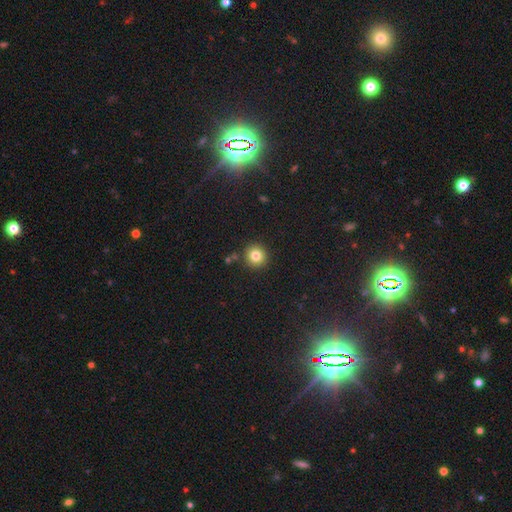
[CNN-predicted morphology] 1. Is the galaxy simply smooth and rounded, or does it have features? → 81% smooth, 12% star or artifact, 7% featured or disk.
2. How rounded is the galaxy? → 94% round, 5% in between, 1% cigar-shaped.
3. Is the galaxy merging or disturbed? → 89% none, 6% minor disturbance, 3% merger, 2% major disturbance.